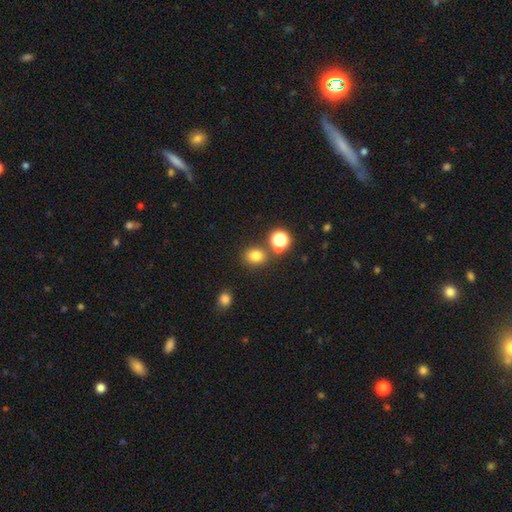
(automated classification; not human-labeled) Morphology: type=smooth (78%); roundness=round (61%); merging=none (75%).